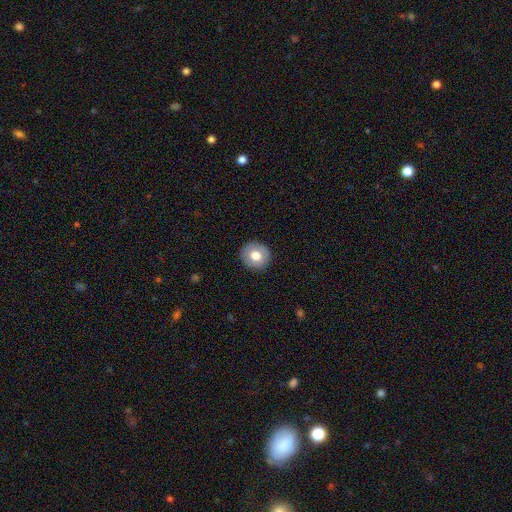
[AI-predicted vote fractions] smooth_or_featured: smooth (p=0.73) [alt: featured or disk p=0.19]
how_rounded: round (p=0.90) [alt: in between p=0.09]
merging: none (p=0.90) [alt: minor disturbance p=0.07]